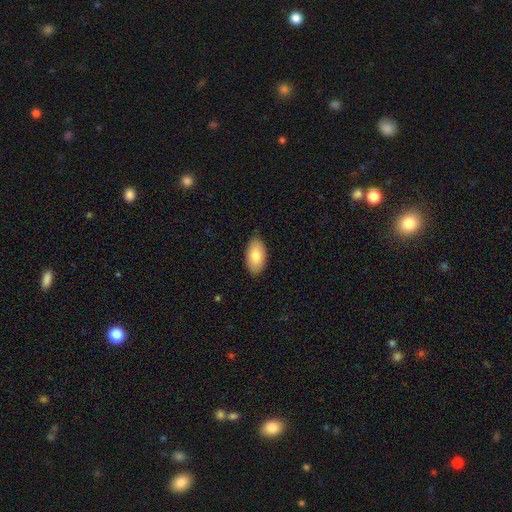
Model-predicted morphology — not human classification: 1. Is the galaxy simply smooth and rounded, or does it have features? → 79% smooth, 15% featured or disk, 6% star or artifact.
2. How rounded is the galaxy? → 95% in between, 3% round, 2% cigar-shaped.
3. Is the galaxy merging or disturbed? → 86% none, 11% minor disturbance, 2% major disturbance, 1% merger.